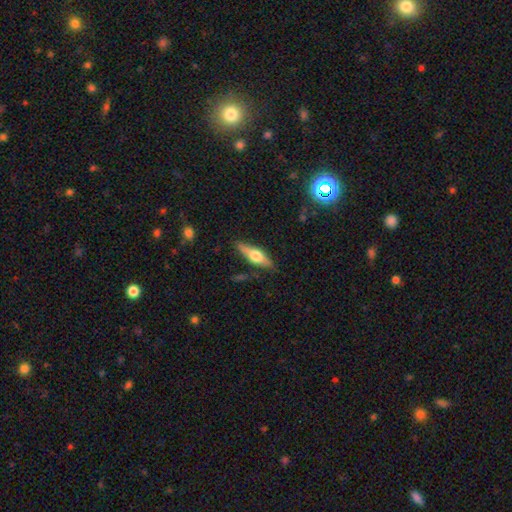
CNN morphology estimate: This appears to be a featured or disk galaxy (51%) viewed edge-on (92%). Merging: none (83%).